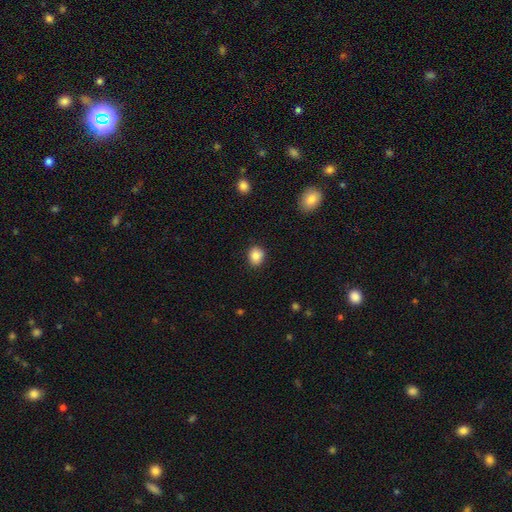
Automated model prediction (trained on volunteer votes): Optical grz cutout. It shows a smooth galaxy with no disk features (86%) that is round (63%). Merging: none (86%).